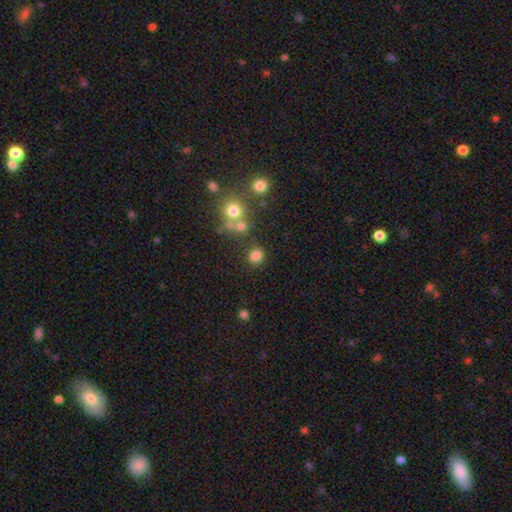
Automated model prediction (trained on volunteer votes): Smooth or featured: smooth — 80% (star or artifact — 14%)
How rounded: round — 61% (in between — 38%)
Merging: none — 76% (minor disturbance — 11%)